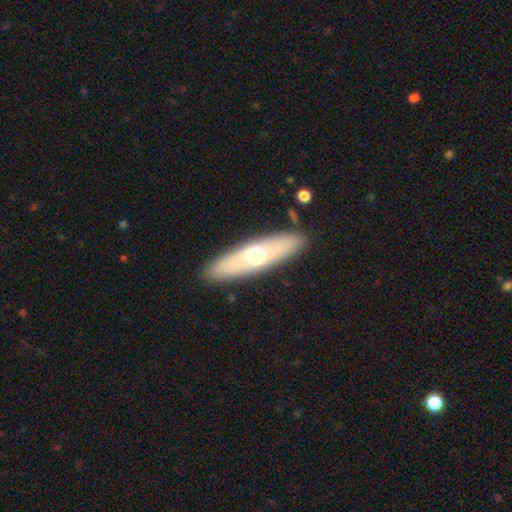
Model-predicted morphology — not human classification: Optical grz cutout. It shows a smooth galaxy with no disk features (52%) that is cigar-shaped (63%). Merging: none (88%).